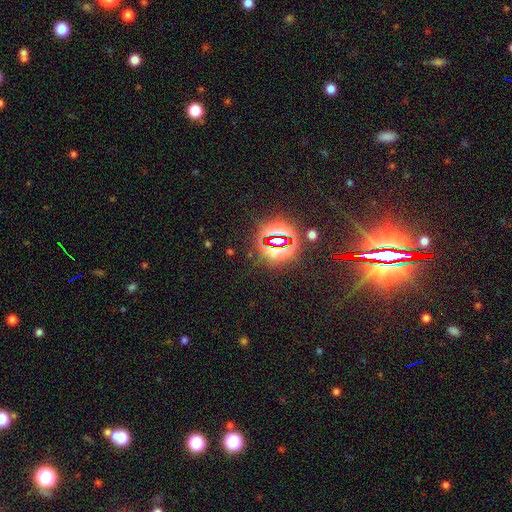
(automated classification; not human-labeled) A star or artifact, not a galaxy (84%).